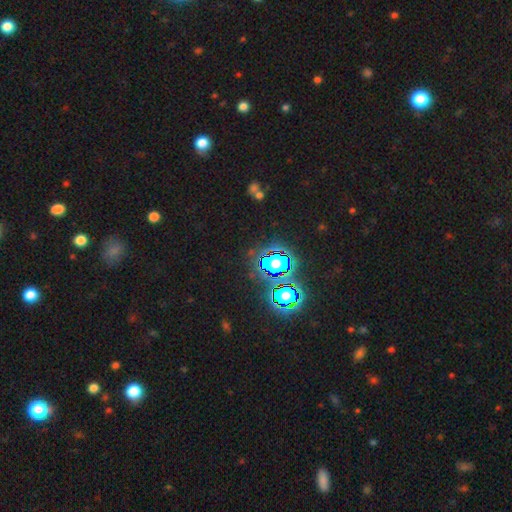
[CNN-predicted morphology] smooth_or_featured: star or artifact (p=0.80) [alt: smooth p=0.13]